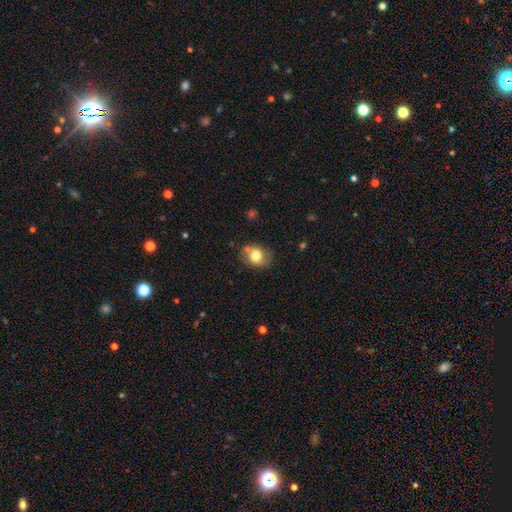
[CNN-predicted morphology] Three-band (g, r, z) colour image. It shows a smooth galaxy with no disk features (76%) that is round (56%). Merging: none (68%).